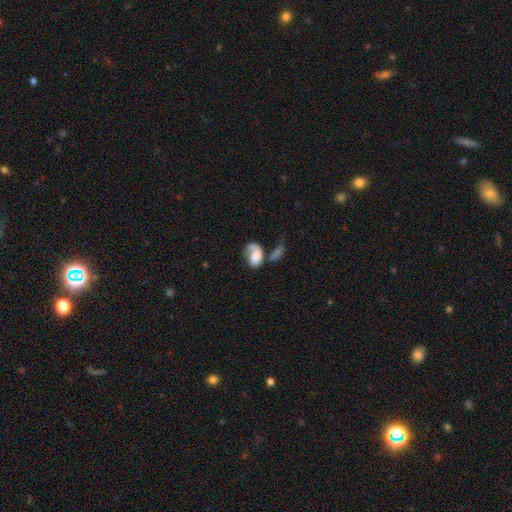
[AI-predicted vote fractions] Overall: smooth (50%; featured or disk 42%). Merging: major disturbance (31%; merger 26%).